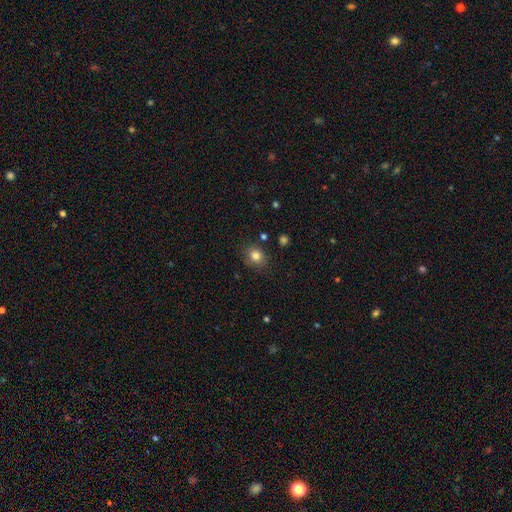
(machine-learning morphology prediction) A smooth galaxy with no disk features (82%) that is round (62%). Merging: none (80%).